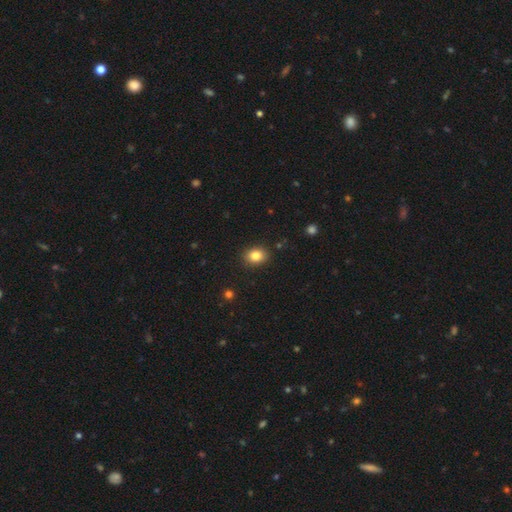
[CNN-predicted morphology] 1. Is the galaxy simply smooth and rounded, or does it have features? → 84% smooth, 10% star or artifact, 6% featured or disk.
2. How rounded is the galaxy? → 53% in between, 46% round, 1% cigar-shaped.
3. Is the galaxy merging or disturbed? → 89% none, 8% minor disturbance, 2% major disturbance, 1% merger.